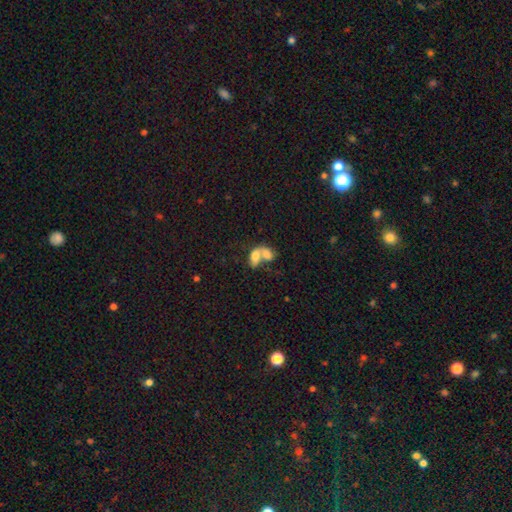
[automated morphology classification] A smooth galaxy with no disk features (71%) that is in between round and cigar-shaped (87%).

Vote fractions:
- Smooth or featured? smooth: 71% / featured or disk: 20% / star or artifact: 9%
- How rounded? in between: 87% / round: 9% / cigar-shaped: 4%
- Merging? merger: 76% / none: 12% / major disturbance: 6% / minor disturbance: 5%